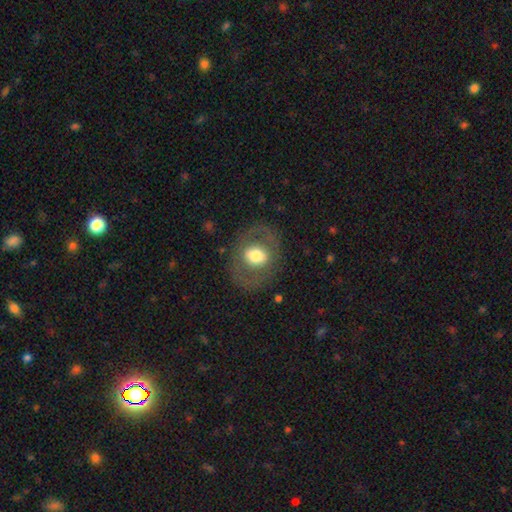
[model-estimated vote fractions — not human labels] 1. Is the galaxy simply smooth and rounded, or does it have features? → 53% smooth, 40% featured or disk, 8% star or artifact.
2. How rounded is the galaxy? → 60% round, 39% in between, 1% cigar-shaped.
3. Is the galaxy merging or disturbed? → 78% none, 12% minor disturbance, 9% major disturbance, 1% merger.